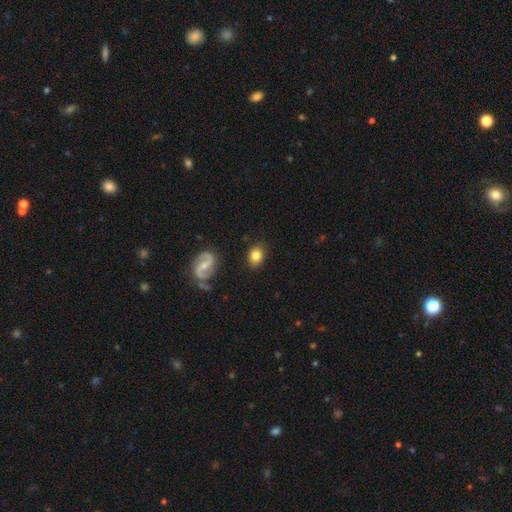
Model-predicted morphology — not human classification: Smooth or featured?
  - smooth: 74% *
  - featured or disk: 18%
  - star or artifact: 8%
How rounded?
  - in between: 58% *
  - round: 41%
  - cigar-shaped: 1%
Merging?
  - none: 83% *
  - minor disturbance: 12%
  - major disturbance: 3%
  - merger: 2%